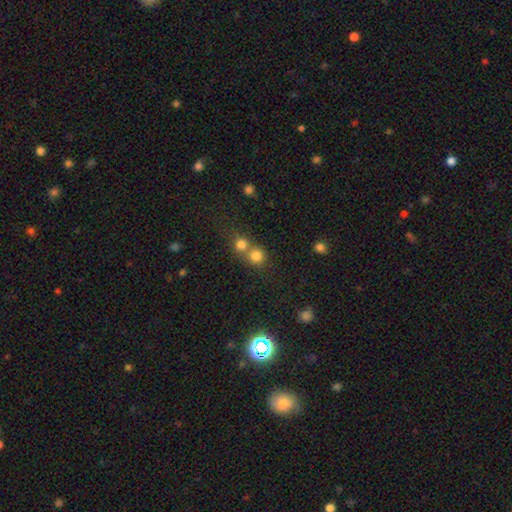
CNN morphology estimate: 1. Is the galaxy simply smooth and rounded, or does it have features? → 79% smooth, 14% star or artifact, 7% featured or disk.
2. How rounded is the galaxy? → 90% round, 9% in between, 1% cigar-shaped.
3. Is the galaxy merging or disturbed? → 47% none, 46% merger, 5% minor disturbance, 3% major disturbance.